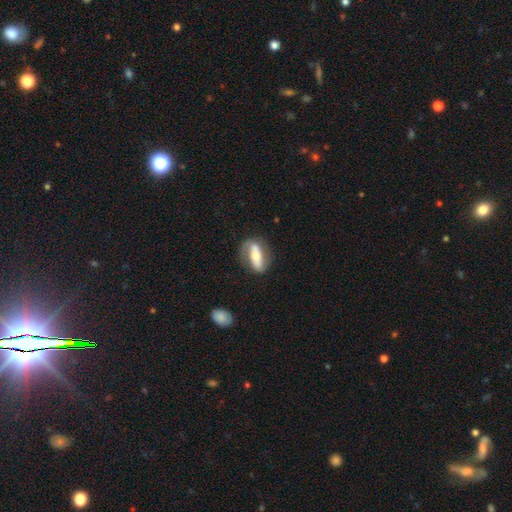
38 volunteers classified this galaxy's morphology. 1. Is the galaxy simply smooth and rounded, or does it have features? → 68% featured or disk, 26% smooth, 5% star or artifact.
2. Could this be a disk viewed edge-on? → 85% no, 15% yes.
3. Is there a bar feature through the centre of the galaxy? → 82% strong, 14% no, 5% weak.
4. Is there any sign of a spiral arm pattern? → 59% no, 41% yes.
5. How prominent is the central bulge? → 82% moderate, 14% small, 5% large, 0% dominant, 0% none.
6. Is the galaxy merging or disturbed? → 83% none, 8% minor disturbance, 8% major disturbance, 0% merger.